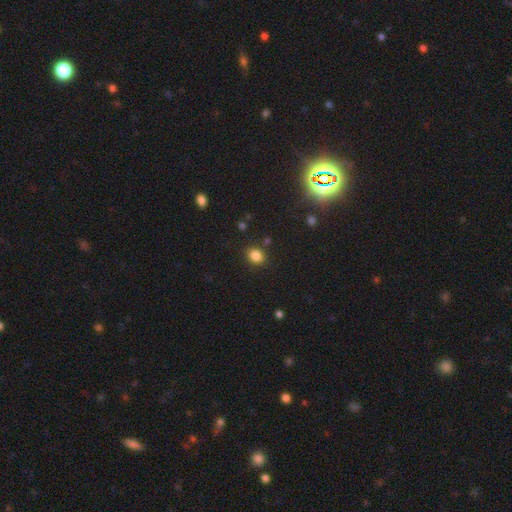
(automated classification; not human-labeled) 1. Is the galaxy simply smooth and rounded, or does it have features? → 84% smooth, 12% star or artifact, 5% featured or disk.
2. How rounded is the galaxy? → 52% round, 47% in between, 1% cigar-shaped.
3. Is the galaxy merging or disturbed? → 85% none, 9% minor disturbance, 3% merger, 3% major disturbance.